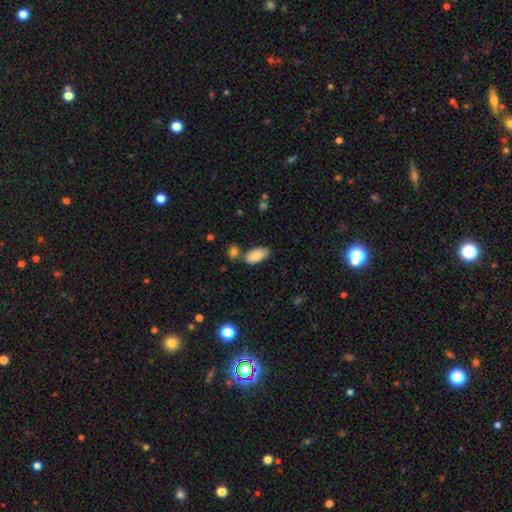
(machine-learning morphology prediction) Q: Smooth or featured?
A: smooth (85%); runner-up: featured or disk (9%)
Q: How rounded?
A: in between (93%); runner-up: cigar-shaped (5%)
Q: Merging?
A: none (64%); runner-up: minor disturbance (16%)